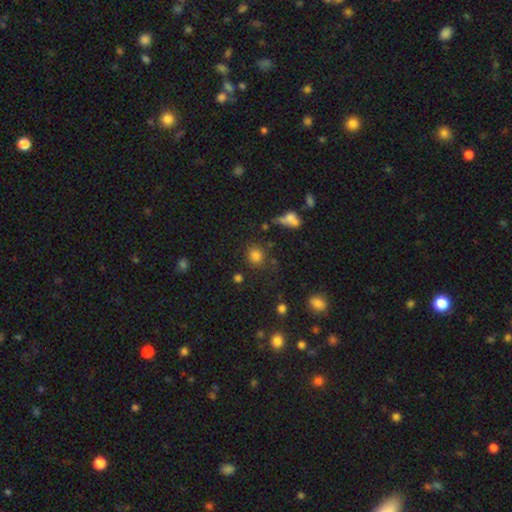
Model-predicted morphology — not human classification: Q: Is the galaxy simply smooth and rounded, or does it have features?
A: smooth — 80%.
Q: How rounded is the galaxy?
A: round — 86%.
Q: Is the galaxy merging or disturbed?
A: none — 78%.